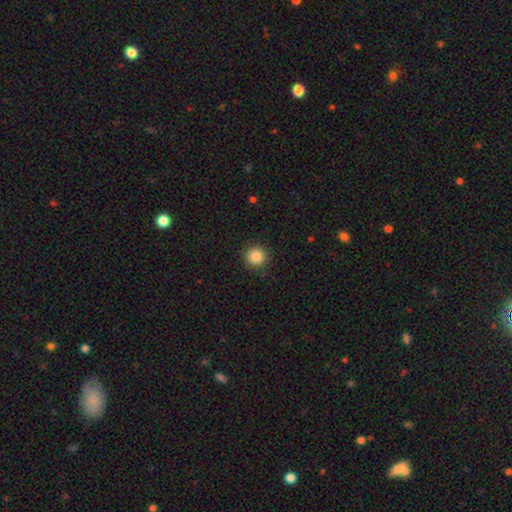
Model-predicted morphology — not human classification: Q: Smooth or featured?
A: smooth (85%); runner-up: star or artifact (10%)
Q: How rounded?
A: round (94%); runner-up: in between (5%)
Q: Merging?
A: none (91%); runner-up: minor disturbance (6%)